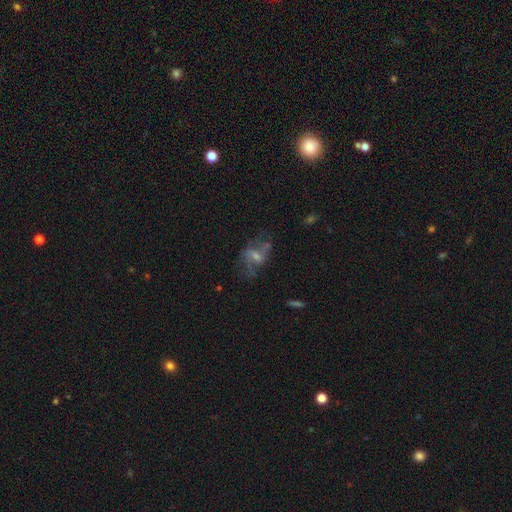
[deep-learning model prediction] This is likely a featured or disk galaxy (62%). It is clearly not viewed edge-on (95%). Bar: possibly weak (48%). Spiral arm pattern: likely yes (71%). Central bulge: marginally small (44%). Merging: possibly none (56%).